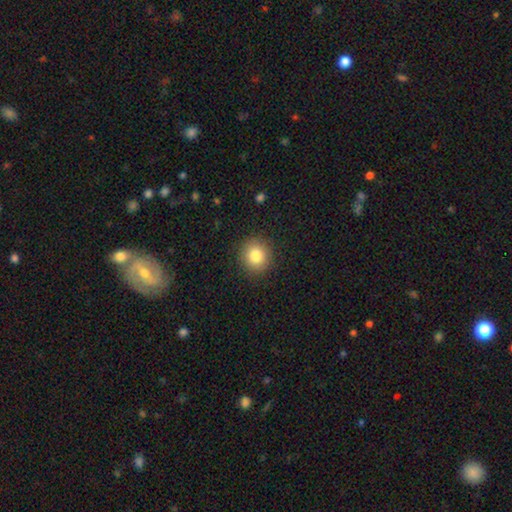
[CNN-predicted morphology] Smooth or featured: smooth — 82% (star or artifact — 10%)
How rounded: round — 88% (in between — 11%)
Merging: none — 90% (minor disturbance — 7%)